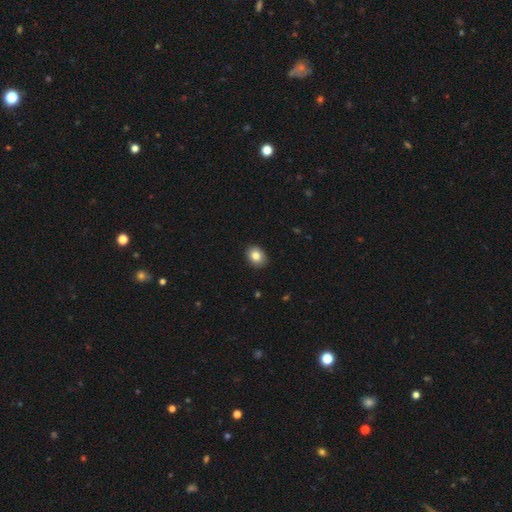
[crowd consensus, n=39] Overall: smooth (79%). How rounded: in between (71%). Merging: none (86%).